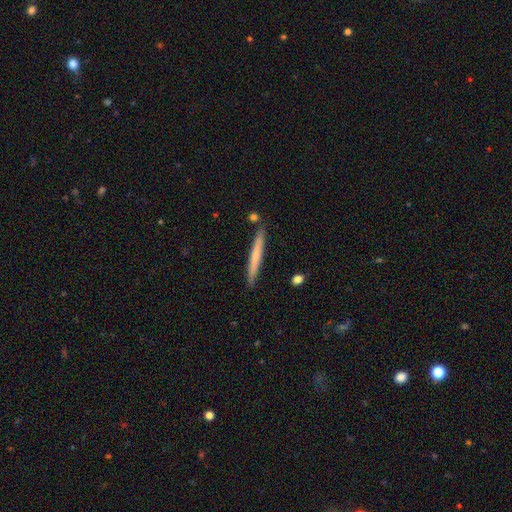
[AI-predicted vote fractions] A smooth galaxy with no disk features (61%) that is cigar-shaped (97%). Merging: none (88%).